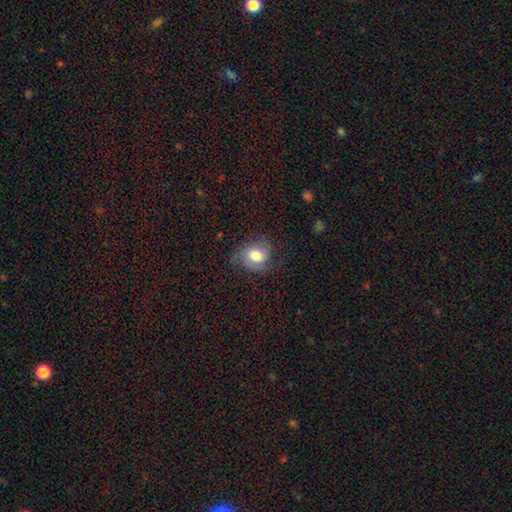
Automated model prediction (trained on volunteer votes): Q: Smooth or featured?
A: smooth (67%); runner-up: featured or disk (25%)
Q: How rounded?
A: round (56%); runner-up: in between (43%)
Q: Merging?
A: none (64%); runner-up: minor disturbance (24%)